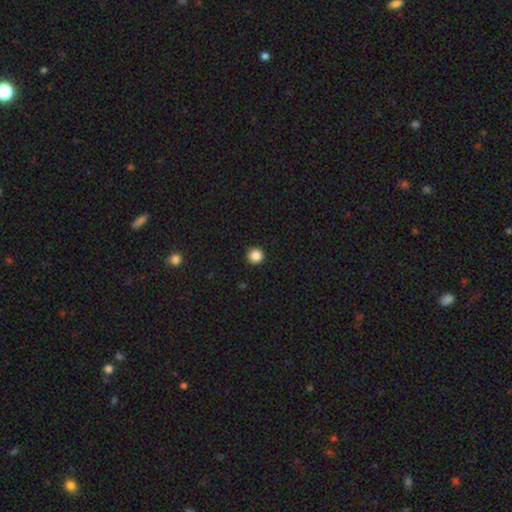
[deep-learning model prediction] Q: Smooth or featured?
A: smooth (87%); runner-up: star or artifact (11%)
Q: How rounded?
A: round (96%); runner-up: in between (3%)
Q: Merging?
A: none (93%); runner-up: minor disturbance (4%)